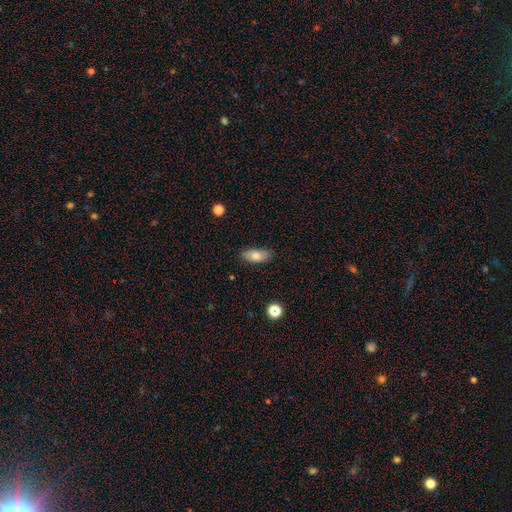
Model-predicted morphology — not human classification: Smooth or featured? Predicted: smooth (p=0.75). How rounded? Predicted: in between (p=0.89). Merging? Predicted: none (p=0.83).